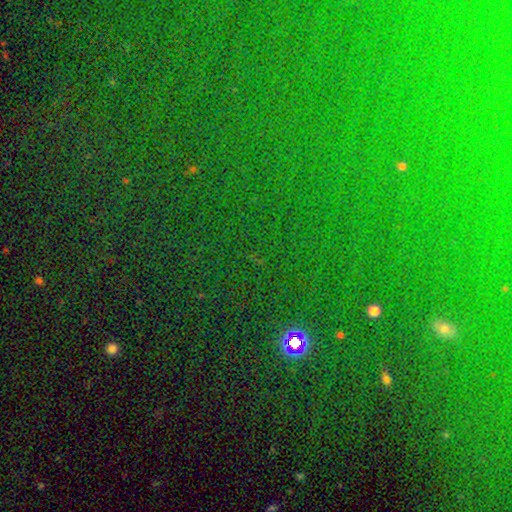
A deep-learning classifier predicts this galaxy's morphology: This appears to be a star or artifact, not a galaxy (79%).